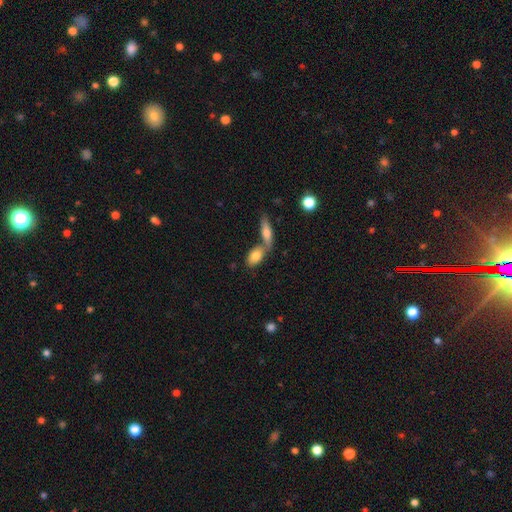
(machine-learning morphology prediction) Smooth or featured? Predicted: smooth (p=0.78). How rounded? Predicted: in between (p=0.87). Merging? Predicted: merger (p=0.46).